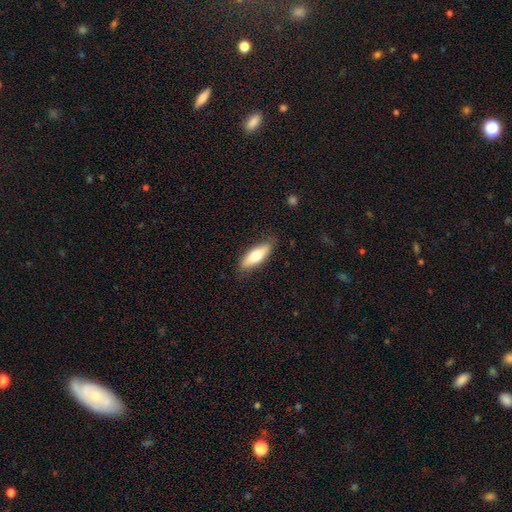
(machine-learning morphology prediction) Smooth or featured? Predicted: smooth (p=0.71). How rounded? Predicted: in between (p=0.56). Merging? Predicted: none (p=0.84).